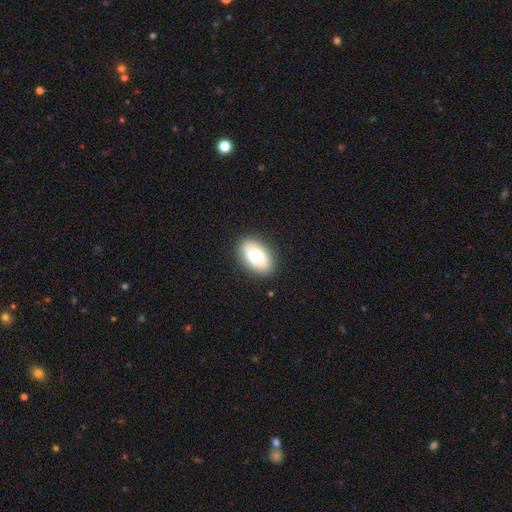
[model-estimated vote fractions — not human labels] A smooth galaxy with no disk features (71%) that is in between round and cigar-shaped (92%).

Vote fractions:
- Smooth or featured? smooth: 71% / featured or disk: 22% / star or artifact: 7%
- How rounded? in between: 92% / round: 7% / cigar-shaped: 2%
- Merging? none: 87% / minor disturbance: 9% / major disturbance: 3% / merger: 1%